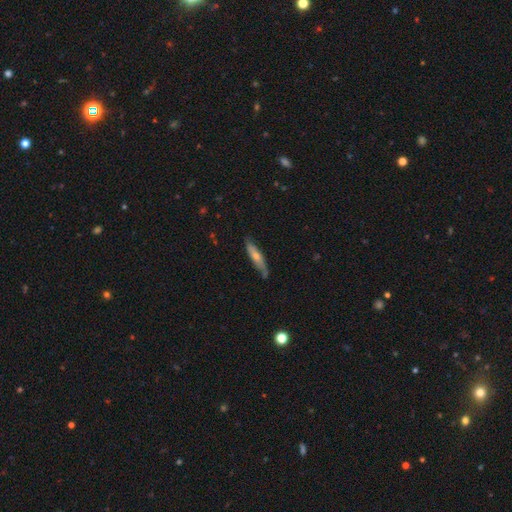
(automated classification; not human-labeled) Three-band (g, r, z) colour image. It shows a featured or disk galaxy (51%) viewed edge-on (73%). Merging: none (79%).